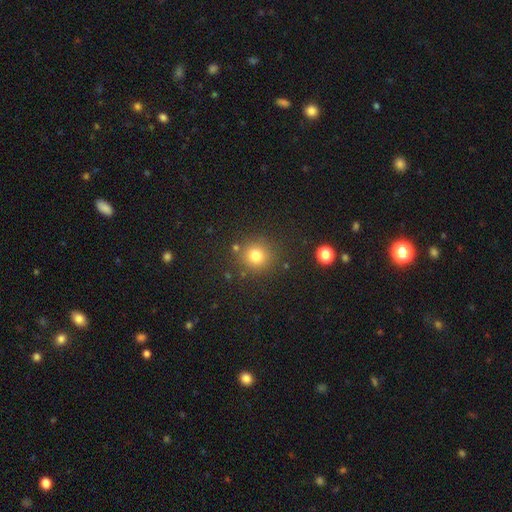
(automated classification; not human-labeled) Smooth or featured? smooth (79%)
How rounded? round (91%)
Merging? none (84%)